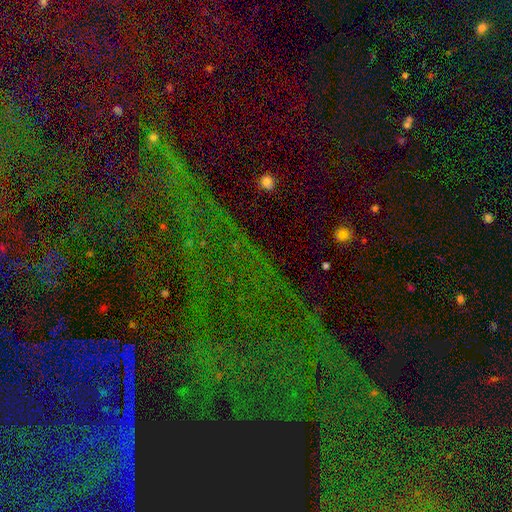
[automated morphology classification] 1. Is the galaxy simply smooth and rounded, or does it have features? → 78% star or artifact, 11% smooth, 10% featured or disk.